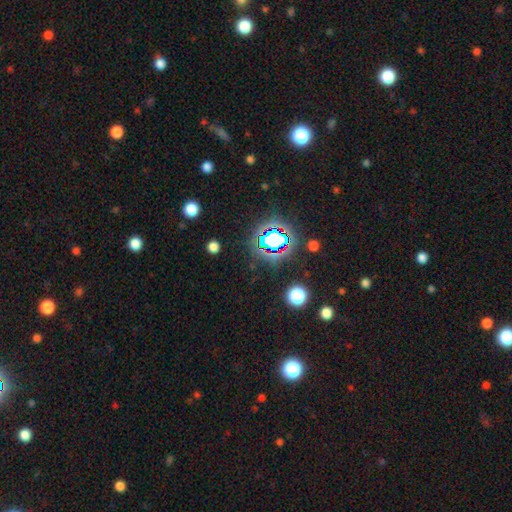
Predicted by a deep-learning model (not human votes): Overall: star or artifact (79%).